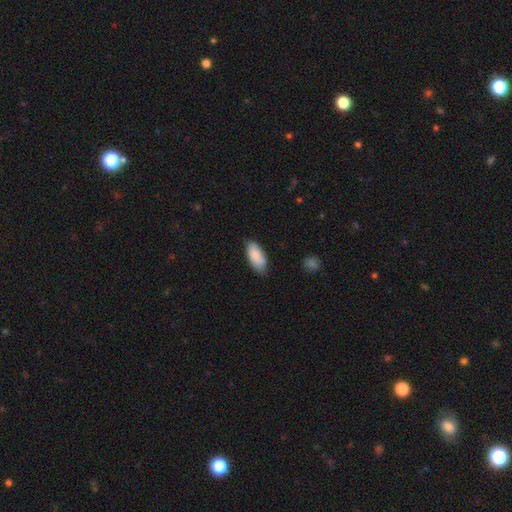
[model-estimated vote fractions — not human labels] smooth-or-featured: smooth: 87% | featured or disk: 7% | star or artifact: 6%
  how-rounded: in between: 89% | cigar-shaped: 9% | round: 2%
  merging: none: 80% | minor disturbance: 16% | major disturbance: 3% | merger: 1%